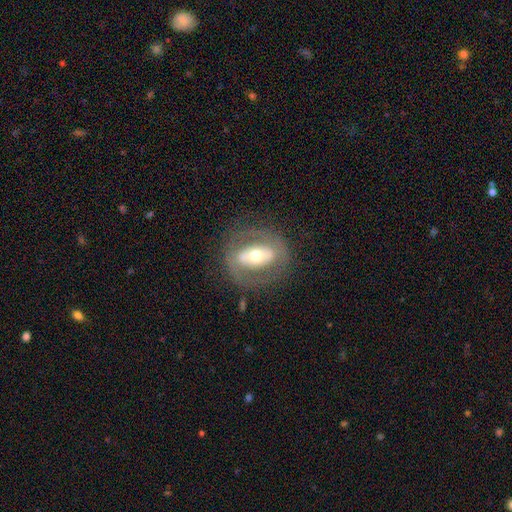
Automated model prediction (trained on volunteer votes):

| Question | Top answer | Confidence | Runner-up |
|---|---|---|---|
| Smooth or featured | featured or disk | 64% | smooth (29%) |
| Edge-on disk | no | 89% | yes (11%) |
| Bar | strong | 41% | no (37%) |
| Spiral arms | no | 74% | yes (26%) |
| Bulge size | moderate | 62% | small (24%) |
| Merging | none | 74% | minor disturbance (13%) |